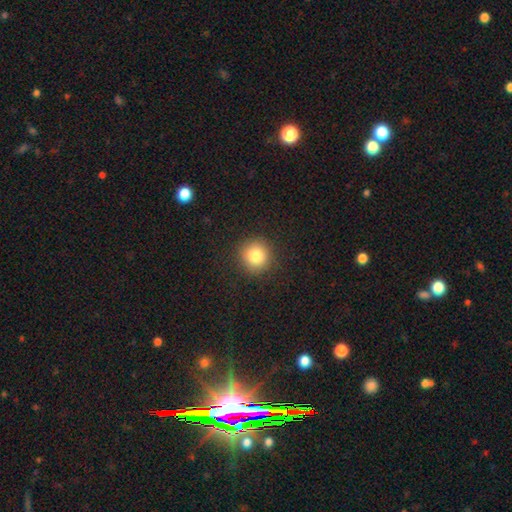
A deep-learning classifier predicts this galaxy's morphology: Smooth or featured?
  - smooth: 82% *
  - star or artifact: 11%
  - featured or disk: 7%
How rounded?
  - round: 93% *
  - in between: 6%
  - cigar-shaped: 1%
Merging?
  - none: 90% *
  - minor disturbance: 6%
  - major disturbance: 2%
  - merger: 1%